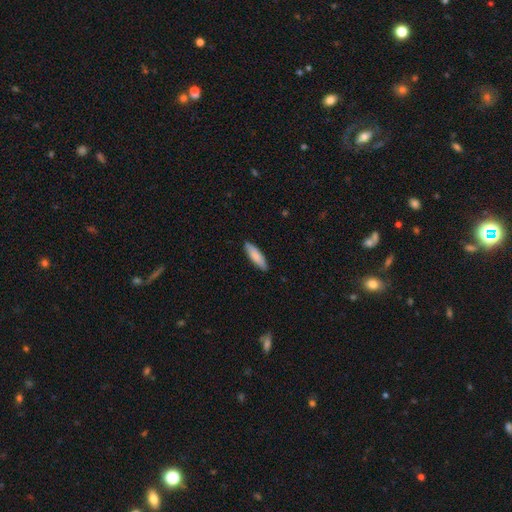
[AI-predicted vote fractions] A smooth galaxy with no disk features (84%) that is cigar-shaped (64%). Merging: none (89%).